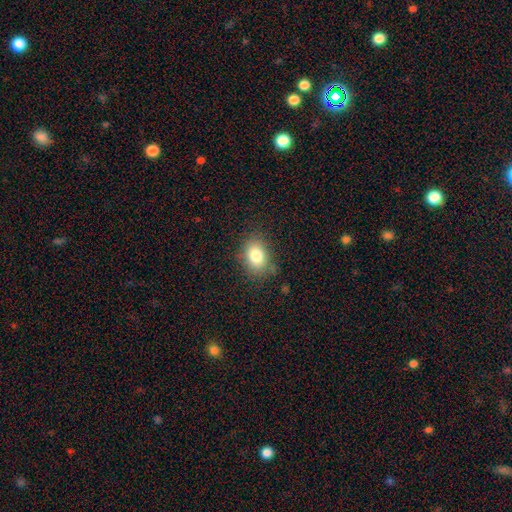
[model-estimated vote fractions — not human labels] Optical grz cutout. It shows a smooth galaxy with no disk features (81%) that is in between round and cigar-shaped (69%). Merging: none (78%).